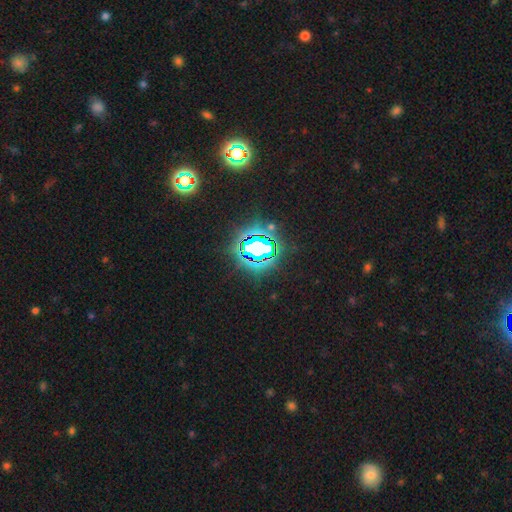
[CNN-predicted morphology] A star or artifact, not a galaxy (78%).